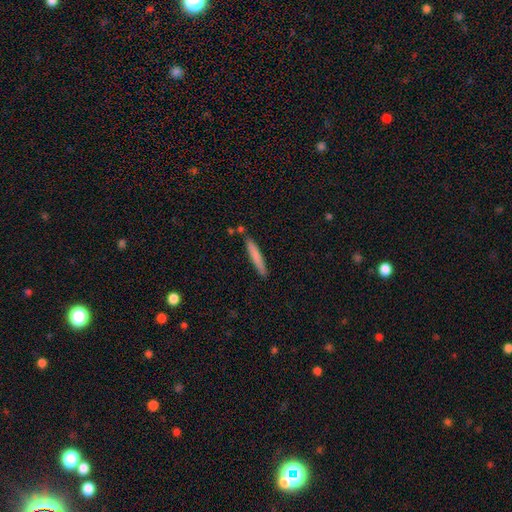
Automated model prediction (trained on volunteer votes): Smooth or featured? smooth (75%)
How rounded? cigar-shaped (95%)
Merging? none (85%)